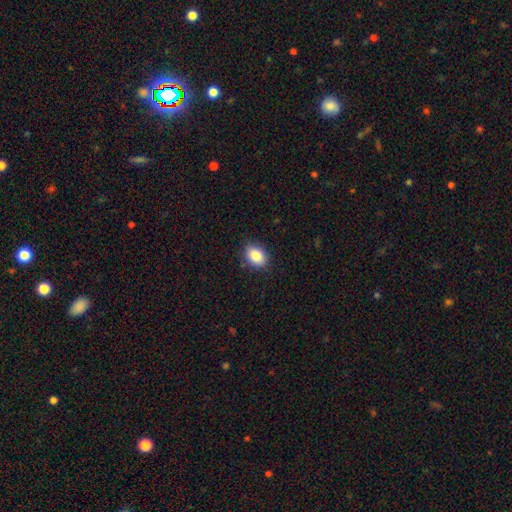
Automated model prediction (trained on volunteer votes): Smooth or featured: smooth — 86% (star or artifact — 9%)
How rounded: in between — 64% (round — 35%)
Merging: none — 85% (minor disturbance — 12%)